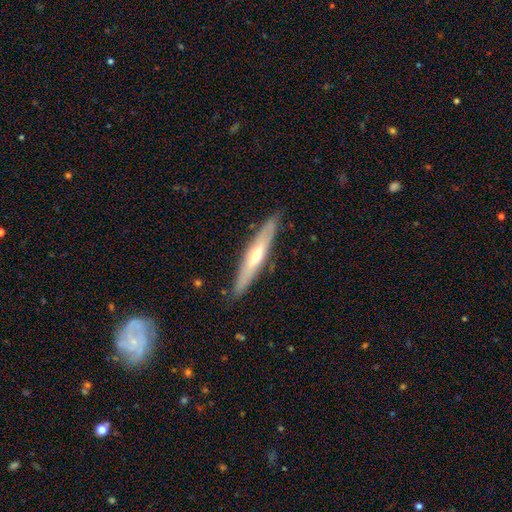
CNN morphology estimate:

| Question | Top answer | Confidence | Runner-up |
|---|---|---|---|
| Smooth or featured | featured or disk | 59% | smooth (35%) |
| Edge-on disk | yes | 86% | no (14%) |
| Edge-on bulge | rounded | 74% | none (22%) |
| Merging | none | 87% | minor disturbance (10%) |